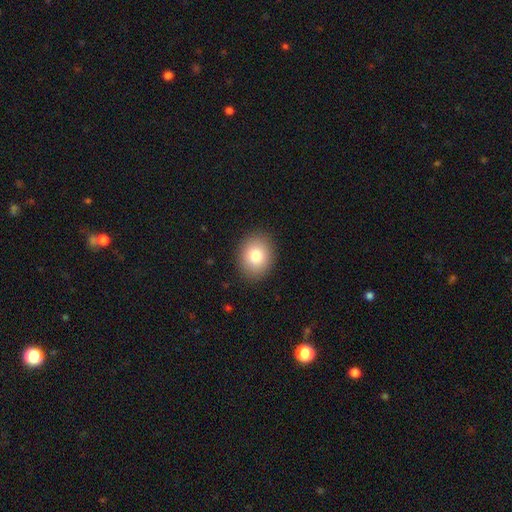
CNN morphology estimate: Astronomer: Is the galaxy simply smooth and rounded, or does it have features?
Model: smooth — 81%.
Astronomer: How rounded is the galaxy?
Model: round — 55% (runner-up: in between, 44%).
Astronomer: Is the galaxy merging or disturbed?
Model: none — 89%.